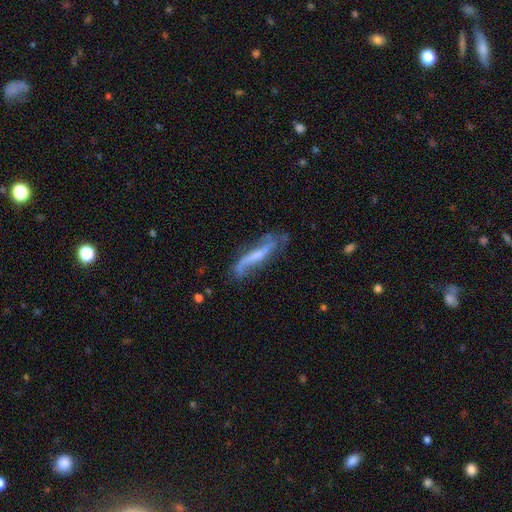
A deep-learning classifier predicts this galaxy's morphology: This appears to be a featured or disk galaxy (68%). Merging: none (54%).